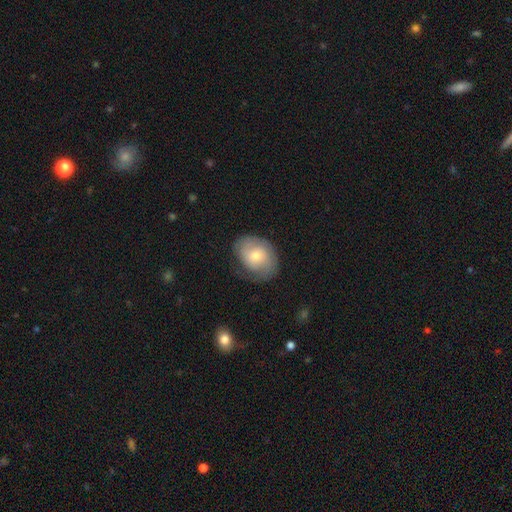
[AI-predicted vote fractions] This appears to be a featured or disk galaxy (56%) with no bar (70%), spiral arms (84%) and a moderate central bulge (53%). Merging: none (68%).